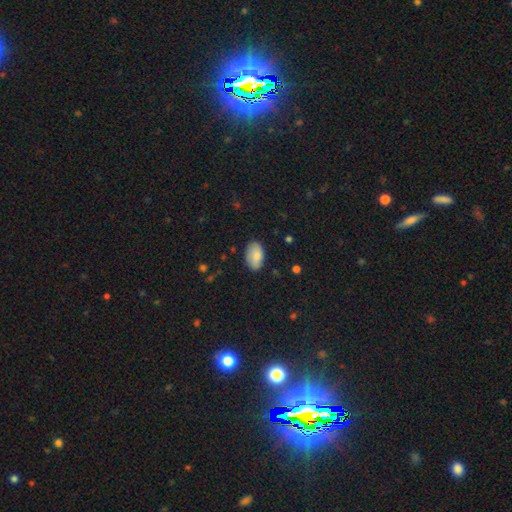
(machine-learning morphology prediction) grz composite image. It shows a smooth galaxy with no disk features (83%) that is in between round and cigar-shaped (93%). Merging: none (82%).